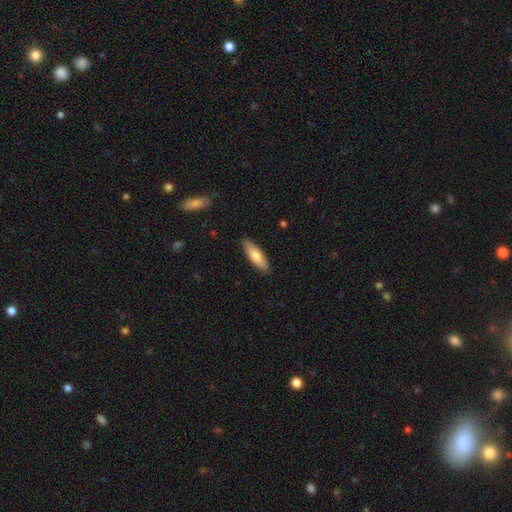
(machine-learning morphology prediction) smooth-or-featured: smooth: 75% | featured or disk: 20% | star or artifact: 5%
  how-rounded: in between: 51% | cigar-shaped: 47% | round: 2%
  merging: none: 89% | minor disturbance: 9% | major disturbance: 2% | merger: 1%